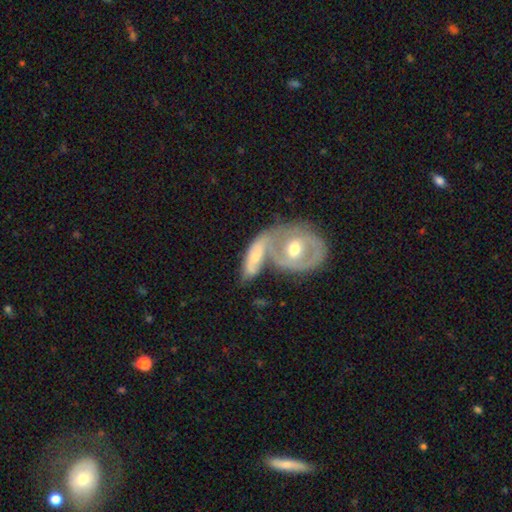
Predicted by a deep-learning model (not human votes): This is possibly a featured or disk galaxy (59%). It is clearly not viewed edge-on (87%). Bar: possibly no (57%). Spiral arm pattern: possibly yes (58%). Central bulge: likely moderate (65%). Merging: possibly merger (57%).